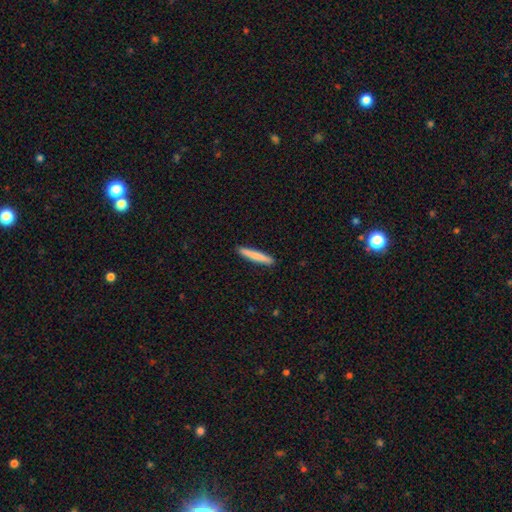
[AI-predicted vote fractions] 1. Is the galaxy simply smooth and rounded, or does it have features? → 77% smooth, 18% featured or disk, 5% star or artifact.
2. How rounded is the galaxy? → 95% cigar-shaped, 4% in between, 1% round.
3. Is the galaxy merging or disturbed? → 92% none, 6% minor disturbance, 1% major disturbance, 1% merger.